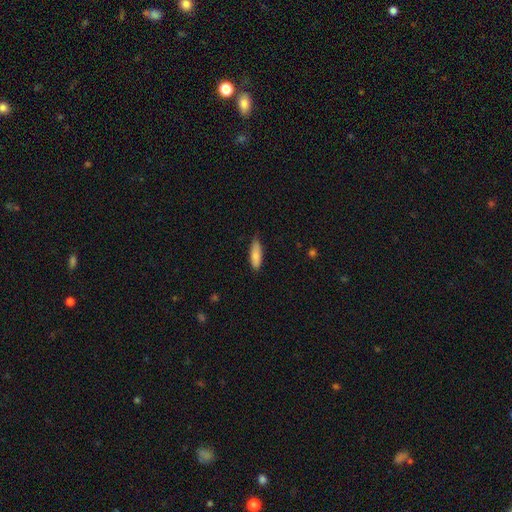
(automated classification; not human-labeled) This is clearly a smooth galaxy (84%). How rounded: possibly in between (53%). Merging: likely none (73%).